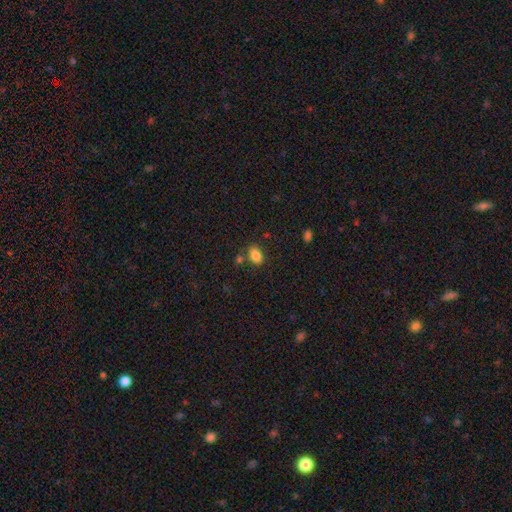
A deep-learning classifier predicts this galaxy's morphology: Smooth or featured?
  - smooth: 84% *
  - star or artifact: 10%
  - featured or disk: 6%
How rounded?
  - in between: 81% *
  - round: 18%
  - cigar-shaped: 1%
Merging?
  - none: 70% *
  - minor disturbance: 14%
  - merger: 12%
  - major disturbance: 4%